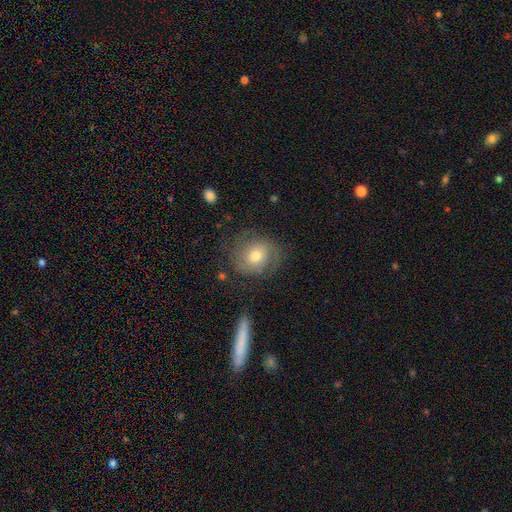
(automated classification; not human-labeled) A smooth galaxy with no disk features (46%). Merging: none (70%).